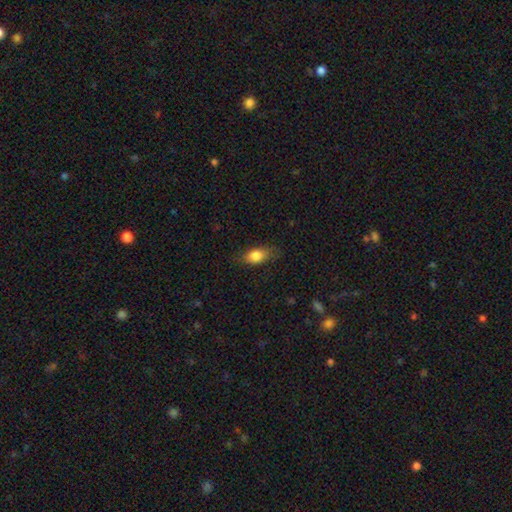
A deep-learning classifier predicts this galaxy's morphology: Smooth or featured?
  - smooth: 81% *
  - featured or disk: 11%
  - star or artifact: 8%
How rounded?
  - in between: 82% *
  - round: 9%
  - cigar-shaped: 8%
Merging?
  - none: 77% *
  - minor disturbance: 17%
  - major disturbance: 5%
  - merger: 1%